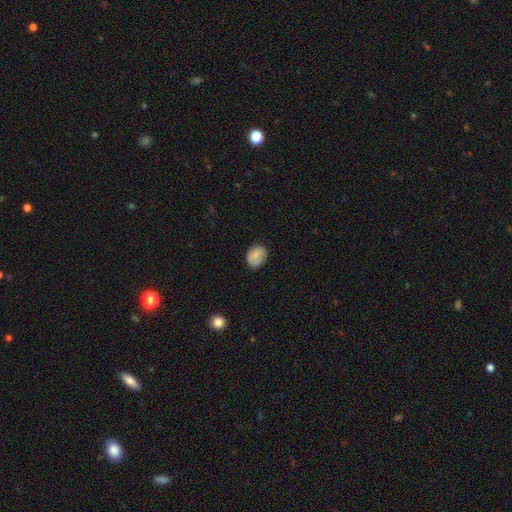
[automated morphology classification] smooth-or-featured: smooth: 79% | featured or disk: 14% | star or artifact: 7%
  how-rounded: in between: 59% | round: 40% | cigar-shaped: 1%
  merging: none: 81% | minor disturbance: 15% | major disturbance: 3% | merger: 1%